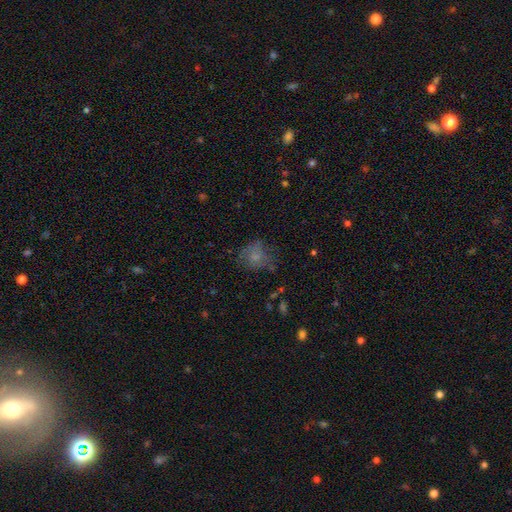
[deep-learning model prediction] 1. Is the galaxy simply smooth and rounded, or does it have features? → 65% smooth, 20% featured or disk, 15% star or artifact.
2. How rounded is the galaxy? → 63% round, 36% in between, 1% cigar-shaped.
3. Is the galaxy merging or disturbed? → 51% none, 25% minor disturbance, 21% major disturbance, 3% merger.